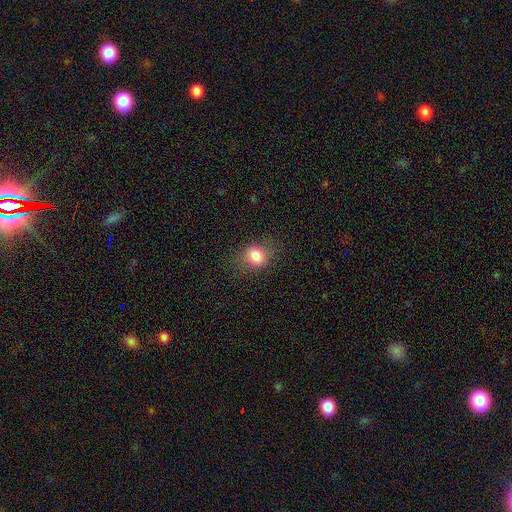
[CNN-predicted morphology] A smooth galaxy with no disk features (80%) that is round (51%). Merging: none (76%).